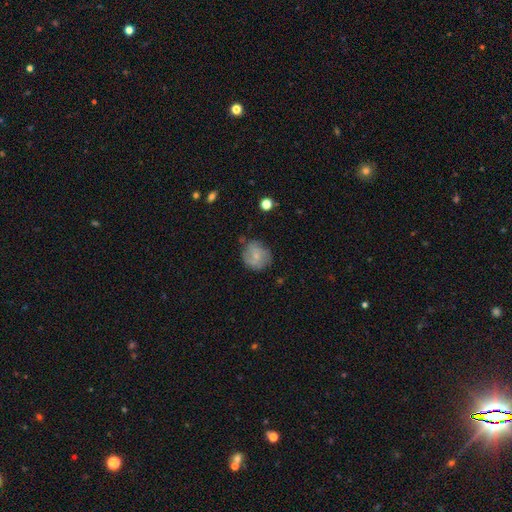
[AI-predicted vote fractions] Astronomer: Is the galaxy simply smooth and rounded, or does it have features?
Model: smooth — 53% (runner-up: featured or disk, 38%).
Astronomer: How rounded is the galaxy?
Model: round — 82%.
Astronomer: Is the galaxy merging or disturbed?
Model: none — 67%.